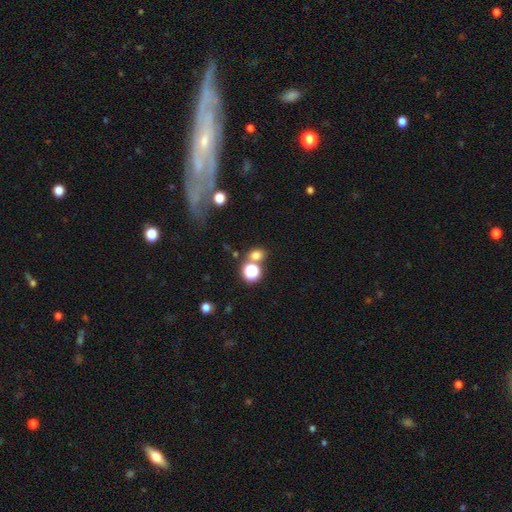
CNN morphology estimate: Q: Smooth or featured?
A: smooth (71%); runner-up: star or artifact (22%)
Q: How rounded?
A: round (60%); runner-up: in between (39%)
Q: Merging?
A: none (66%); runner-up: merger (20%)